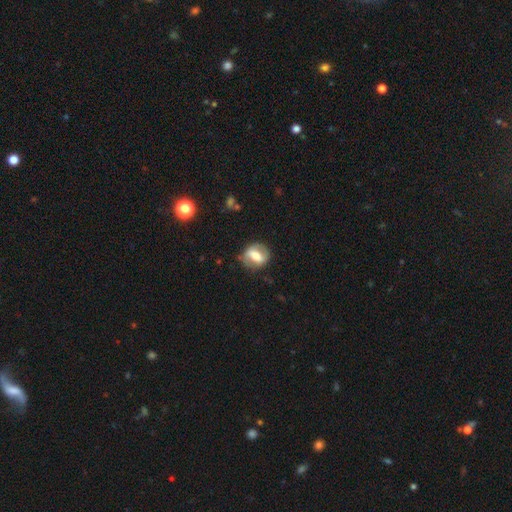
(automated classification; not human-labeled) Smooth or featured?
  - featured or disk: 52% *
  - smooth: 41%
  - star or artifact: 7%
Edge-on disk?
  - no: 92% *
  - yes: 8%
Merging?
  - none: 76% *
  - minor disturbance: 16%
  - major disturbance: 6%
  - merger: 1%